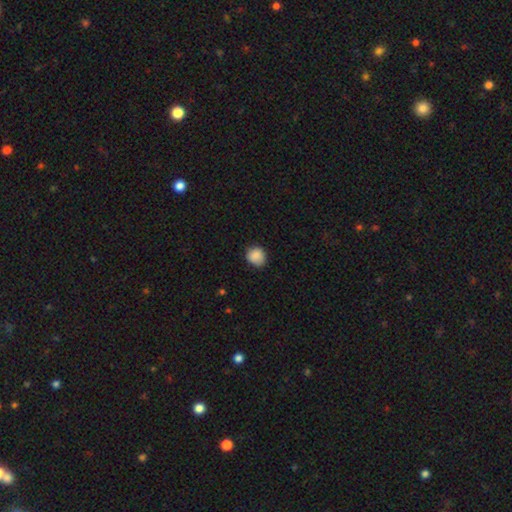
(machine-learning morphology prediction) Overall: smooth (87%). How rounded: round (78%). Merging: none (77%).